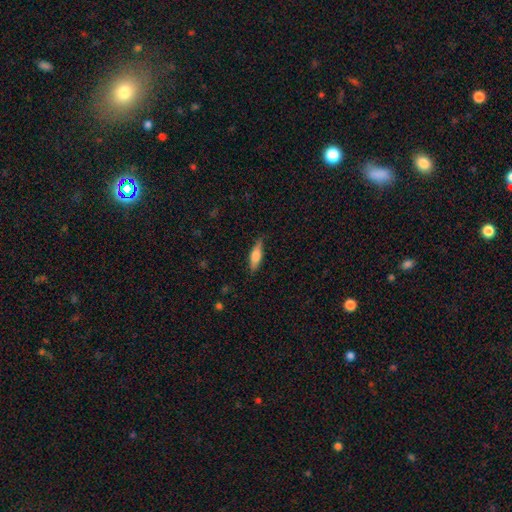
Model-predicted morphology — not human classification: The model was most divided on "how rounded": cigar-shaped: 61%, in between: 37%, round: 2%. More confident: merging — none (83%); smooth or featured — smooth (65%).